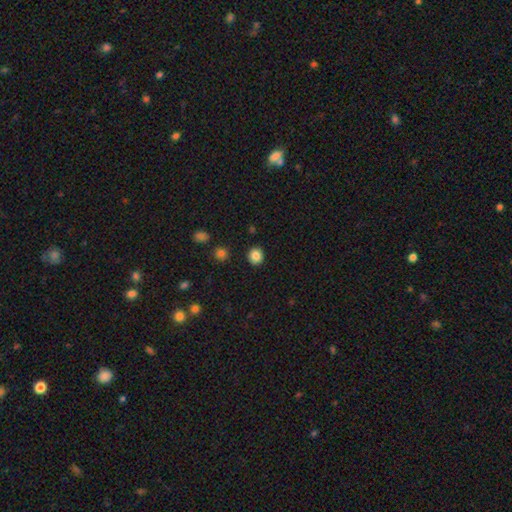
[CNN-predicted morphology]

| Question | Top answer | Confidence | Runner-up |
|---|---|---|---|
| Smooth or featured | smooth | 85% | star or artifact (10%) |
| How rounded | round | 88% | in between (11%) |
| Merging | none | 91% | minor disturbance (5%) |